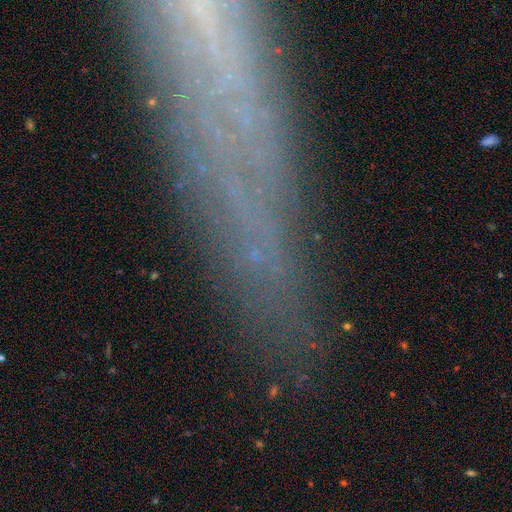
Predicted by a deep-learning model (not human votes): smooth_or_featured: star or artifact (p=0.41) [alt: featured or disk p=0.33]